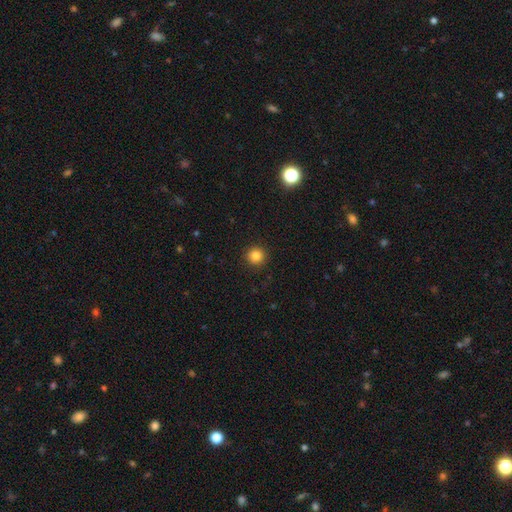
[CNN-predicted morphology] smooth 83%, star or artifact 12%, featured or disk 5%. Down the decision tree: how rounded — round (95%); merging — none (92%).